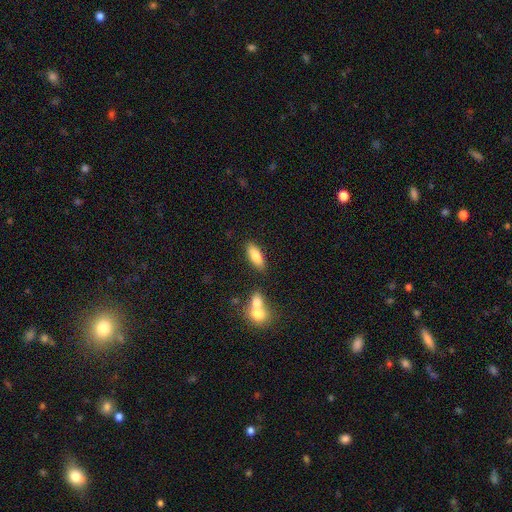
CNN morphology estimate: type=smooth (77%); roundness=in between (70%); merging=none (79%).